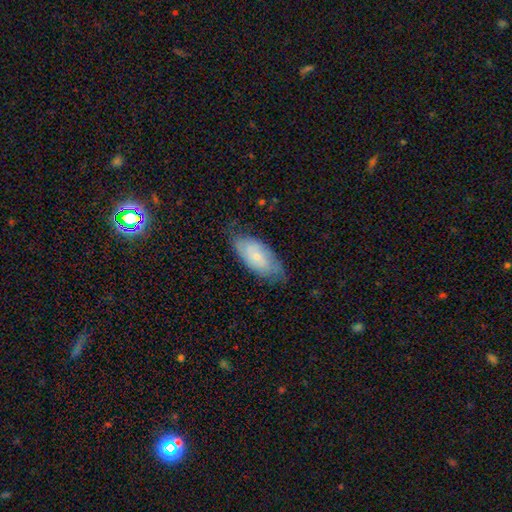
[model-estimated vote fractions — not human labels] Smooth or featured: smooth — 59% (featured or disk — 35%)
How rounded: in between — 88% (cigar-shaped — 10%)
Merging: none — 68% (minor disturbance — 26%)